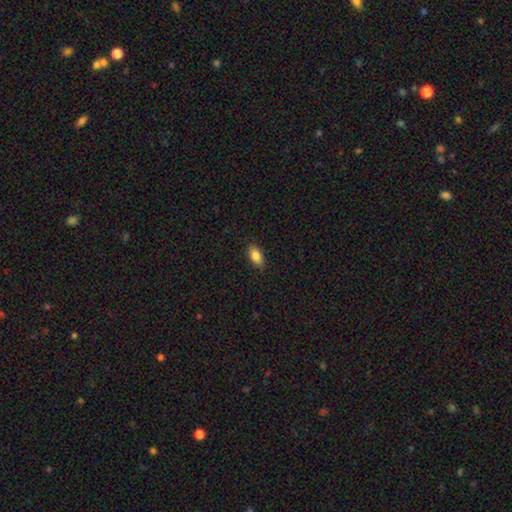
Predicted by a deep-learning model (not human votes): Smooth or featured? smooth (85%)
How rounded? in between (90%)
Merging? none (87%)